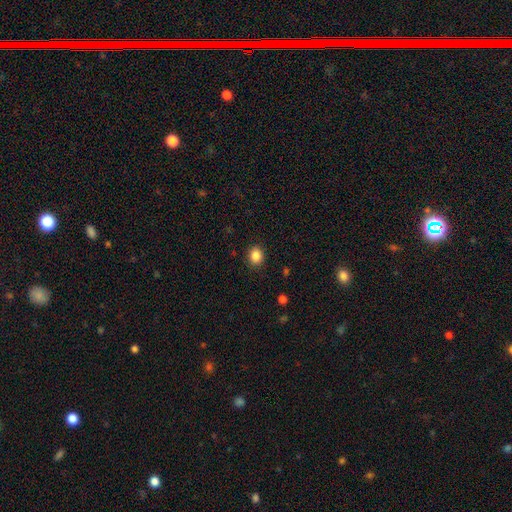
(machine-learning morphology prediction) Q: Smooth or featured?
A: smooth (87%); runner-up: star or artifact (10%)
Q: How rounded?
A: round (61%); runner-up: in between (38%)
Q: Merging?
A: none (89%); runner-up: minor disturbance (7%)